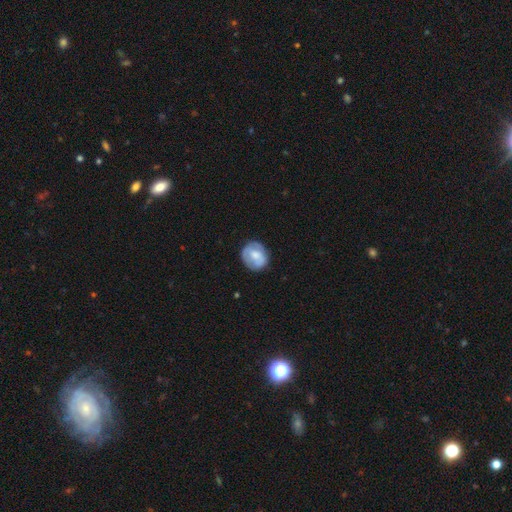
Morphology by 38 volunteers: A featured or disk galaxy (55%) with no bar (57%), no spiral arms (57%) and a moderate central bulge (43%). Merging: none (70%).